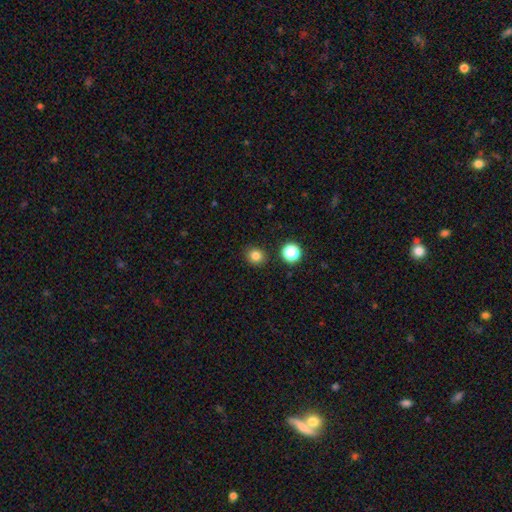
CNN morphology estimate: The model was most divided on "smooth or featured": smooth: 81%, star or artifact: 14%, featured or disk: 5%. More confident: merging — none (89%); how rounded — round (87%).